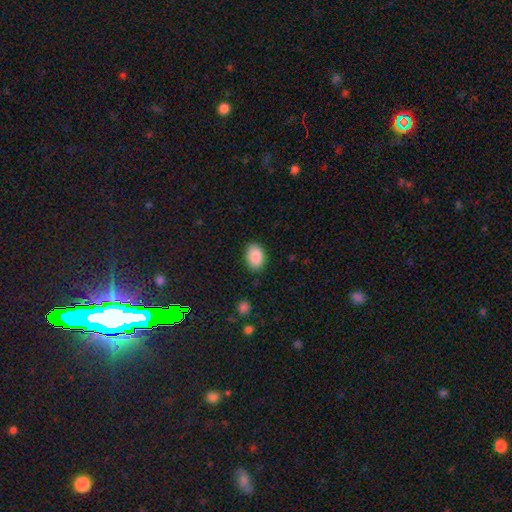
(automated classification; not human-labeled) Morphology: type=smooth (89%); roundness=in between (84%); merging=none (86%).